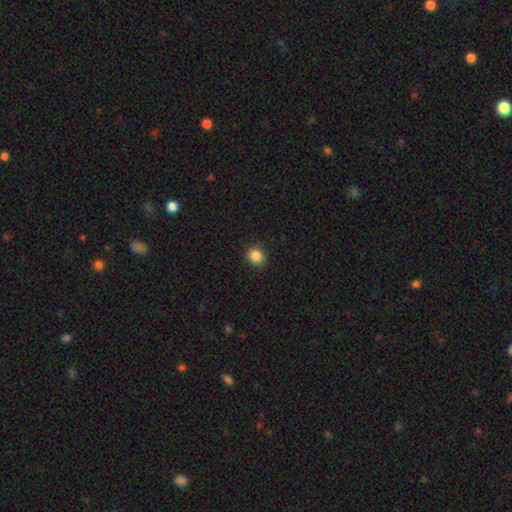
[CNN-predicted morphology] A smooth galaxy with no disk features (86%) that is round (86%). Merging: none (91%).